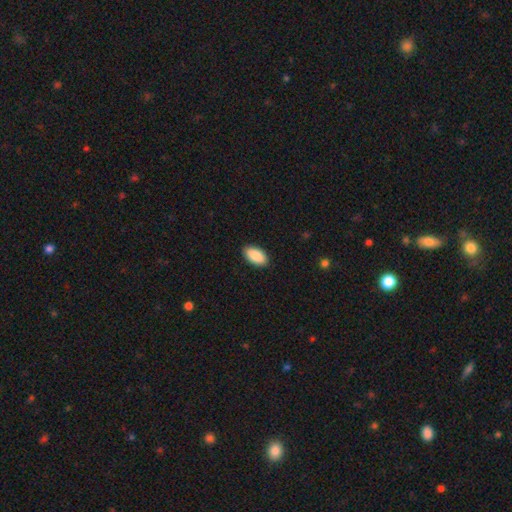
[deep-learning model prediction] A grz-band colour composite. It shows a smooth galaxy with no disk features (90%) that is in between round and cigar-shaped (95%). Merging: none (90%).